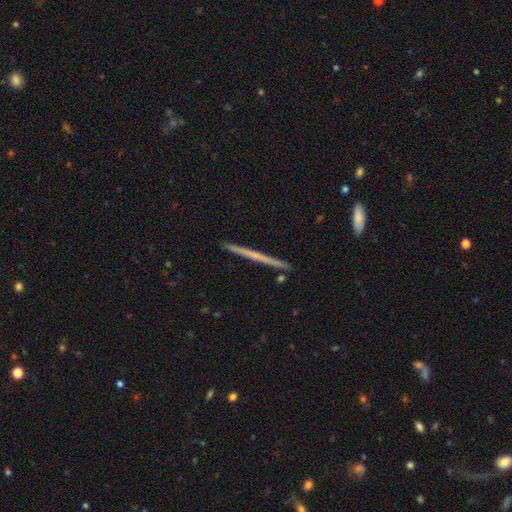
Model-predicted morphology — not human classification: Overall: featured or disk (58%; smooth 37%). Edge-on disk: yes (98%). Edge-on bulge: none (84%). Merging: none (92%).